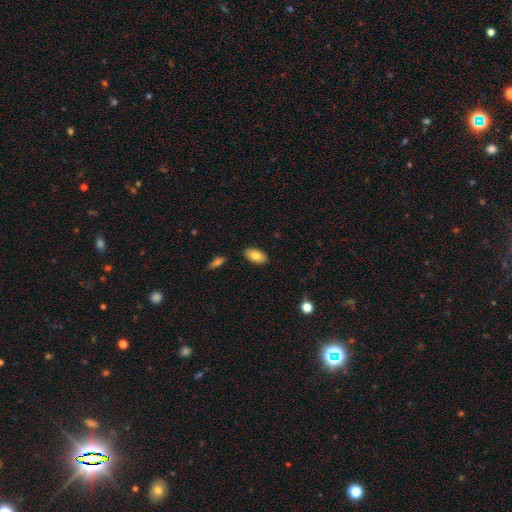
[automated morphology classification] This is clearly a smooth galaxy (81%). How rounded: clearly in between (94%). Merging: clearly none (88%).